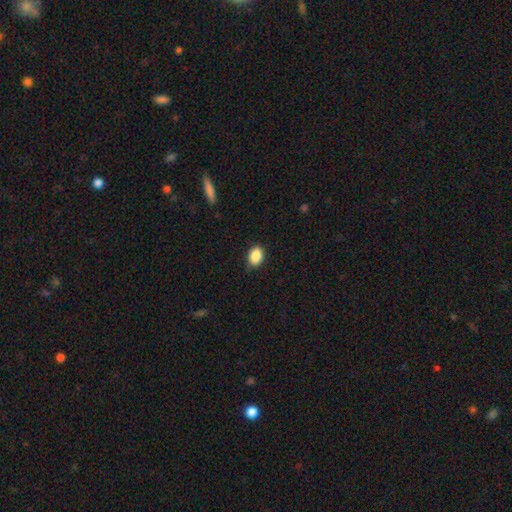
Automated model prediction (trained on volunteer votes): A smooth galaxy with no disk features (88%) that is in between round and cigar-shaped (70%).

Vote fractions:
- Smooth or featured? smooth: 88% / star or artifact: 8% / featured or disk: 4%
- How rounded? in between: 70% / round: 29% / cigar-shaped: 1%
- Merging? none: 82% / minor disturbance: 15% / major disturbance: 2% / merger: 1%